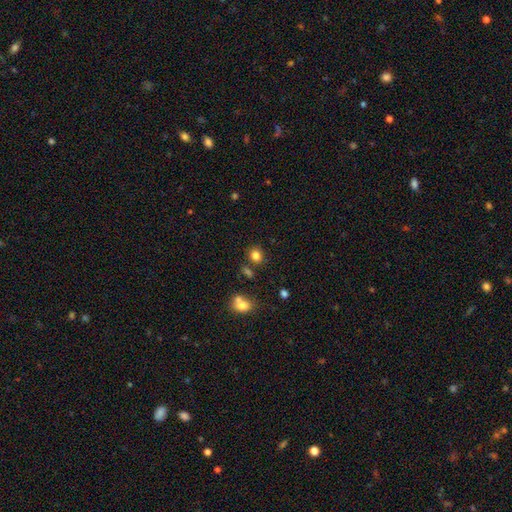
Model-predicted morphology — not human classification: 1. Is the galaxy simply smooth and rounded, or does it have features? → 81% smooth, 13% star or artifact, 6% featured or disk.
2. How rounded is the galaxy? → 68% round, 31% in between, 1% cigar-shaped.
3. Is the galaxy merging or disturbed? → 77% none, 11% minor disturbance, 8% merger, 3% major disturbance.